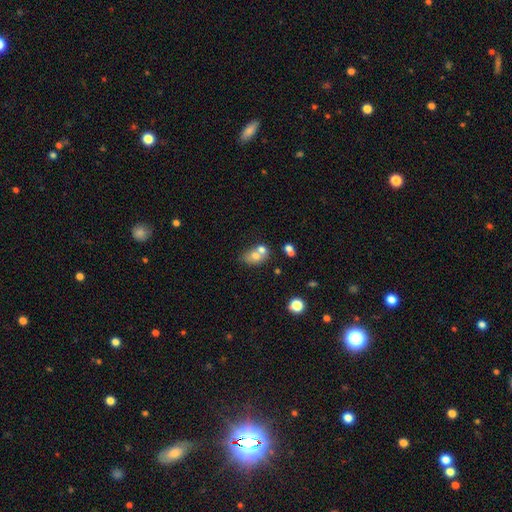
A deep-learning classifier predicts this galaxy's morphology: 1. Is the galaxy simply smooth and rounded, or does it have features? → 67% smooth, 22% featured or disk, 11% star or artifact.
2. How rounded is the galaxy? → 63% in between, 36% round, 1% cigar-shaped.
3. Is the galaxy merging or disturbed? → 50% merger, 34% none, 11% minor disturbance, 5% major disturbance.